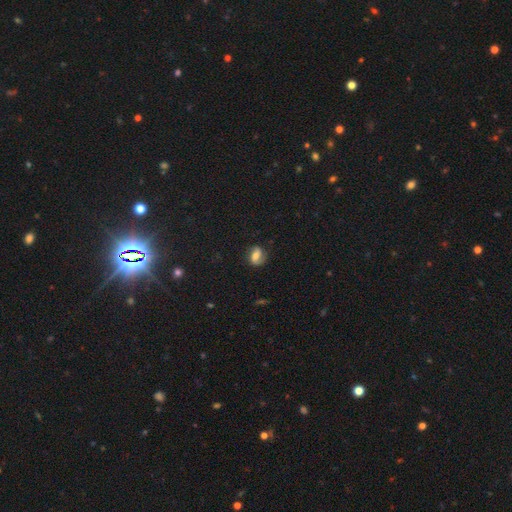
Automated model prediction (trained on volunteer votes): smooth-or-featured: featured or disk: 50% | smooth: 40% | star or artifact: 10%
  merging: none: 69% | minor disturbance: 21% | major disturbance: 9% | merger: 2%